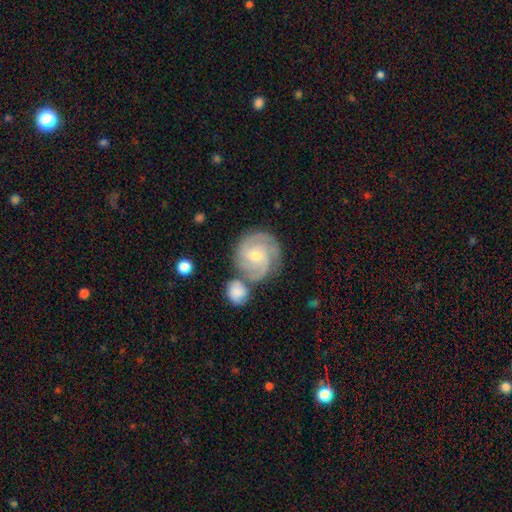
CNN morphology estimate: smooth-or-featured: featured or disk: 85% | smooth: 10% | star or artifact: 5%
  disk-edge-on: no: 98% | yes: 2%
    bar: no: 60% | weak: 33% | strong: 7%
    has-spiral-arms: yes: 98% | no: 2%
      spiral-winding: tight: 68% | medium: 28% | loose: 4%
      spiral-arm-count: 3: 48% | 2: 18% | 4: 14% | can't tell: 12% | more than 4: 4% | 1: 4%
    bulge-size: small: 56% | moderate: 41% | large: 1% | none: 1% | dominant: 1%
  merging: none: 57% | merger: 24% | minor disturbance: 14% | major disturbance: 5%